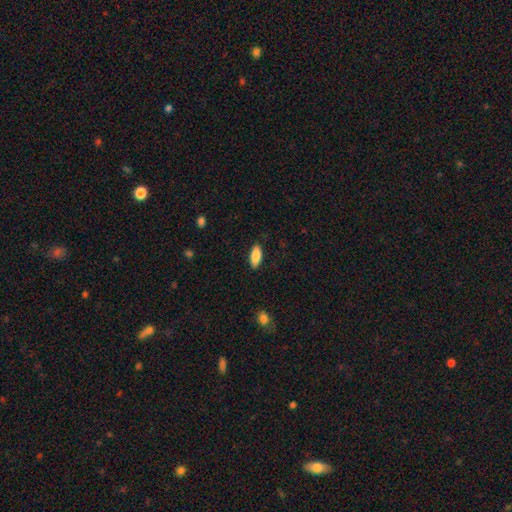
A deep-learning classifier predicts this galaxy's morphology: The model was most divided on "how rounded": in between: 84%, cigar-shaped: 14%, round: 2%. More confident: merging — none (87%); smooth or featured — smooth (86%).